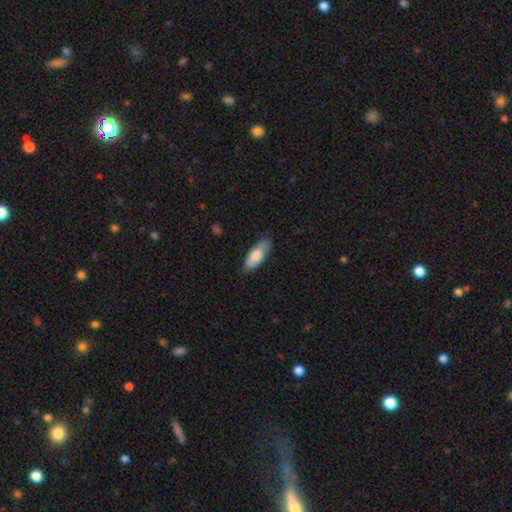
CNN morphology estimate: type=smooth (79%); roundness=in between (76%); merging=none (77%).